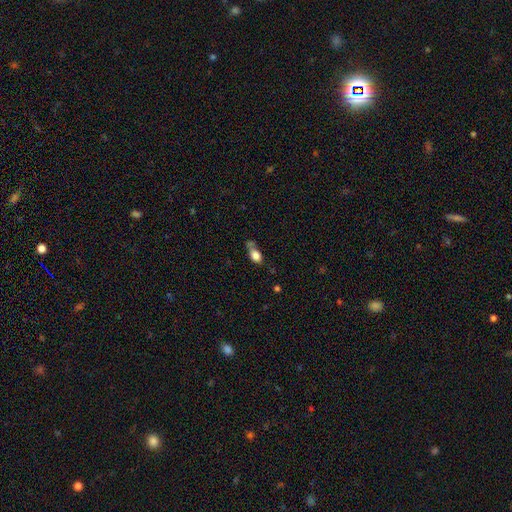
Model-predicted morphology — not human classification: A smooth galaxy with no disk features (80%) that is in between round and cigar-shaped (81%). Merging: none (41%).